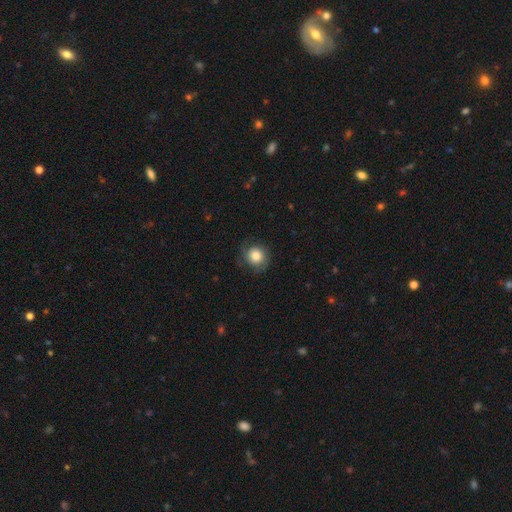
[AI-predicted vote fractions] This appears to be a smooth galaxy with no disk features (76%) that is round (85%). Merging: none (72%).